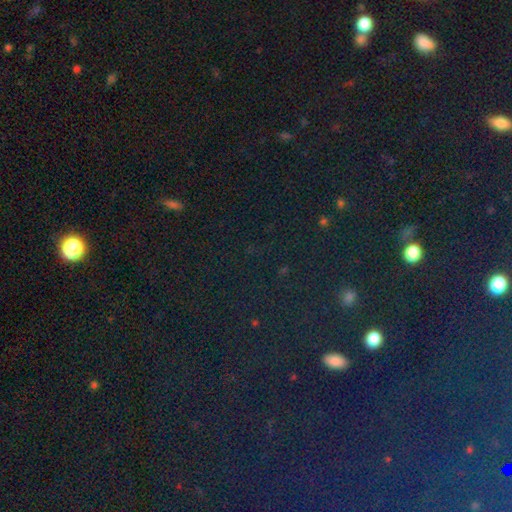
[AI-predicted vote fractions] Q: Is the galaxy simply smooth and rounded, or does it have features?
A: star or artifact — 75%.